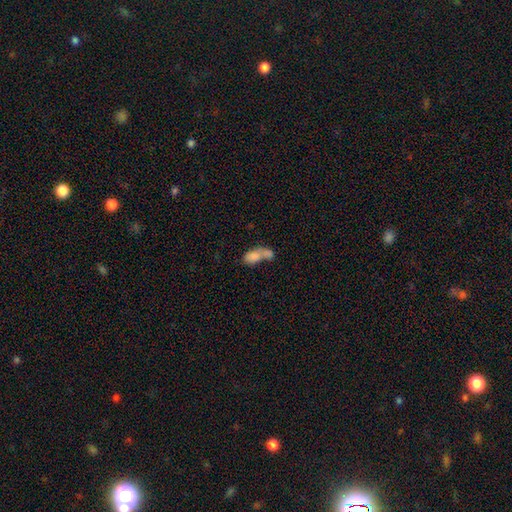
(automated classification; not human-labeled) Morphology: type=smooth (76%); roundness=in between (85%); merging=merger (69%).